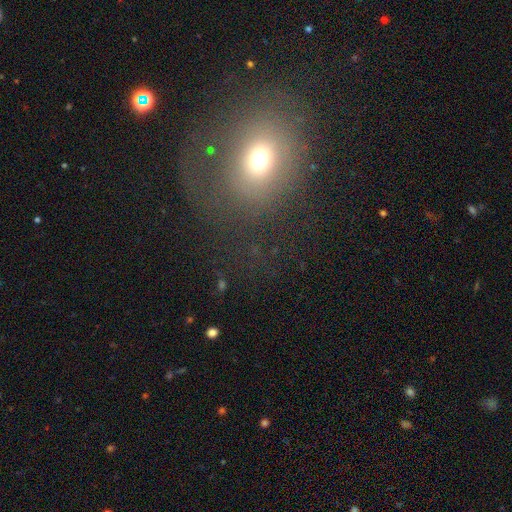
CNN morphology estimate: Overall: smooth (58%; star or artifact 24%). How rounded: round (62%; in between 37%). Merging: none (63%).